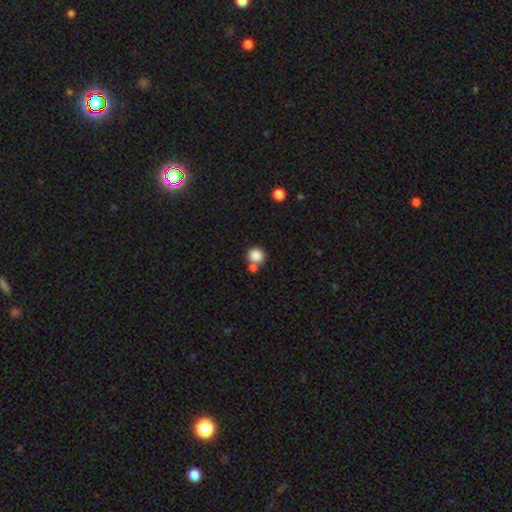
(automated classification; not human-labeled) Smooth or featured? smooth (85%)
How rounded? round (89%)
Merging? none (62%)